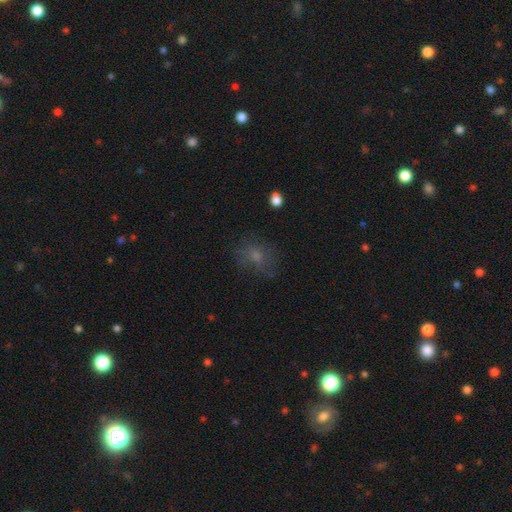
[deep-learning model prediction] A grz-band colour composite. It shows a smooth galaxy with no disk features (58%) that is round (49%, tied with in between). Merging: none (62%).